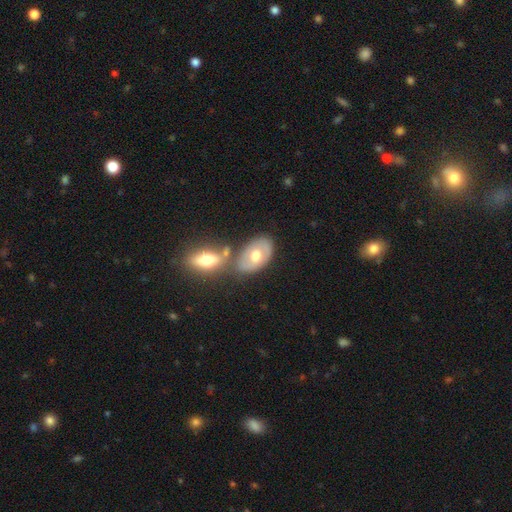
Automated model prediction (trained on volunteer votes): smooth_or_featured: smooth (p=0.52) [alt: featured or disk p=0.41]
how_rounded: in between (p=0.90) [alt: round p=0.08]
merging: none (p=0.52) [alt: merger p=0.28]